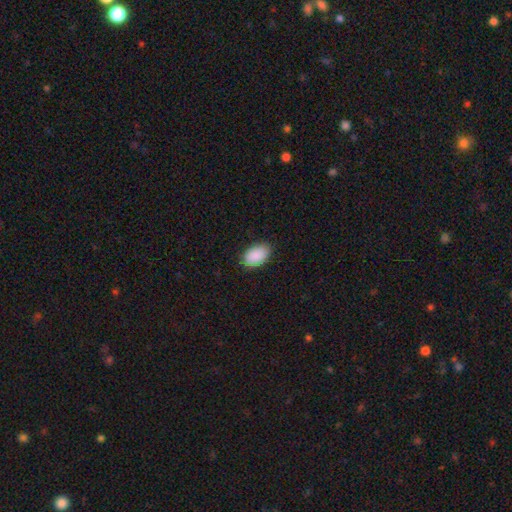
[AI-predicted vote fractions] Q: Smooth or featured?
A: smooth (90%); runner-up: star or artifact (6%)
Q: How rounded?
A: in between (93%); runner-up: round (6%)
Q: Merging?
A: none (84%); runner-up: minor disturbance (12%)